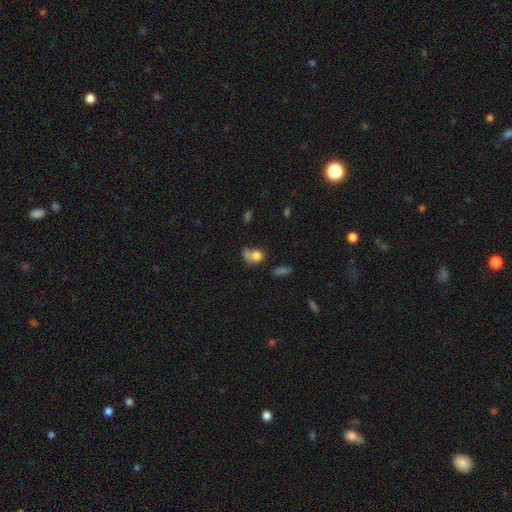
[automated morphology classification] Smooth or featured? smooth (76%)
How rounded? round (56%)
Merging? merger (40%)